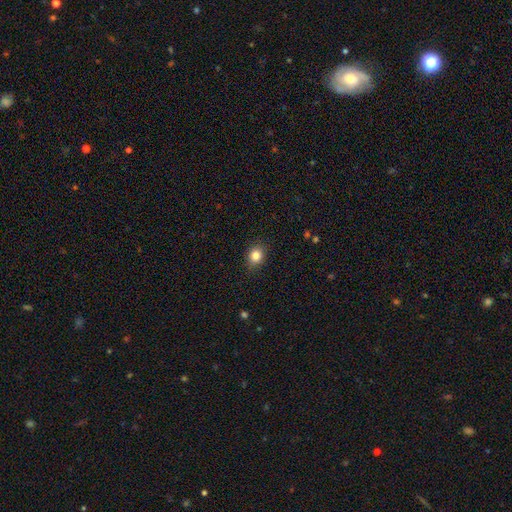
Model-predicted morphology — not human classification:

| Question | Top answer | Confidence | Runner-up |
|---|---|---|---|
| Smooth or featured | smooth | 84% | star or artifact (11%) |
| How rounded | round | 60% | in between (39%) |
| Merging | none | 85% | minor disturbance (11%) |